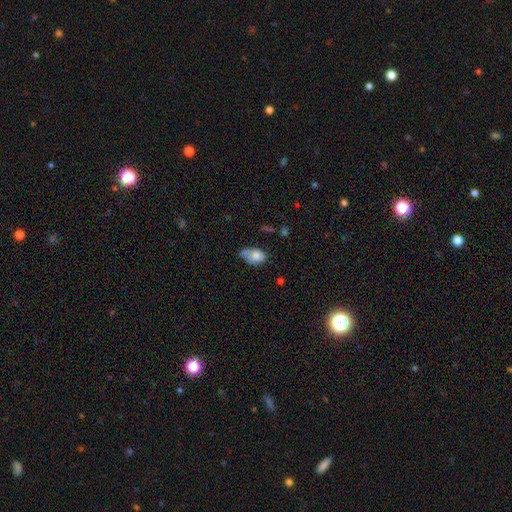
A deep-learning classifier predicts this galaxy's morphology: Overall: smooth (75%). How rounded: in between (82%). Merging: minor disturbance (34%; none 32%).